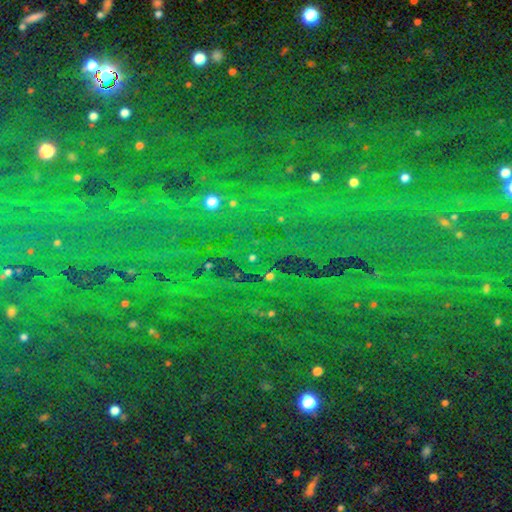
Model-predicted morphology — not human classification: Smooth or featured?
  - star or artifact: 84% *
  - smooth: 8%
  - featured or disk: 7%